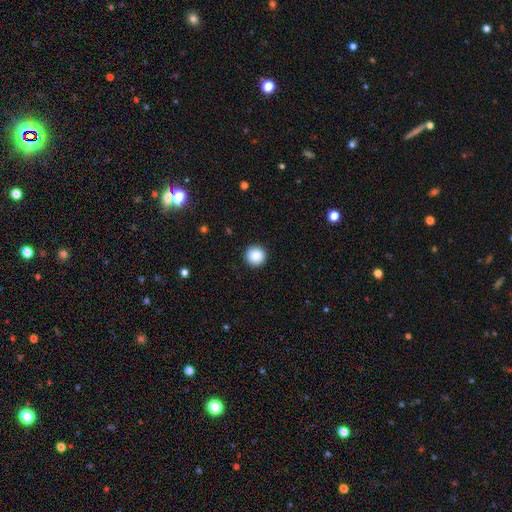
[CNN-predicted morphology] Smooth or featured?
  - smooth: 88% *
  - star or artifact: 9%
  - featured or disk: 4%
How rounded?
  - round: 96% *
  - in between: 3%
  - cigar-shaped: 1%
Merging?
  - none: 93% *
  - minor disturbance: 5%
  - major disturbance: 2%
  - merger: 1%